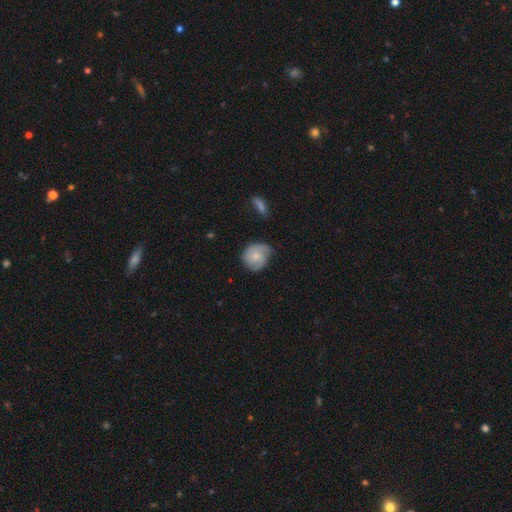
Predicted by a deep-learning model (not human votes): smooth-or-featured: featured or disk: 48% | smooth: 45% | star or artifact: 7%
  merging: none: 57% | minor disturbance: 31% | major disturbance: 10% | merger: 2%